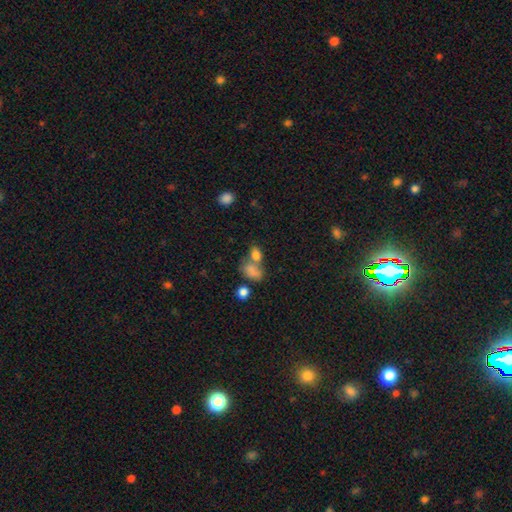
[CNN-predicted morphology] Smooth or featured? Predicted: smooth (p=0.77). How rounded? Predicted: in between (p=0.80). Merging? Predicted: merger (p=0.49).